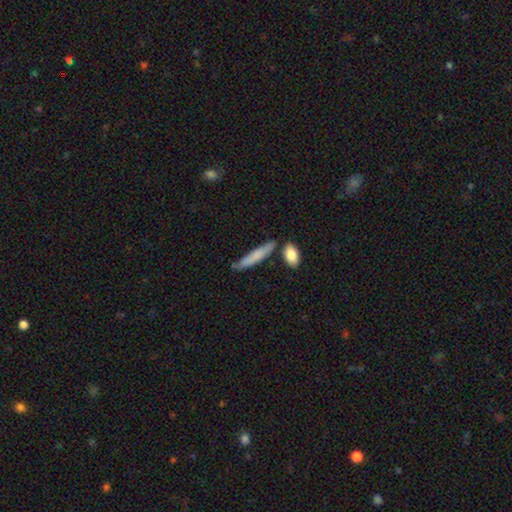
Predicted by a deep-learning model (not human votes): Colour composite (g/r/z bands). It shows a smooth galaxy with no disk features (70%) that is cigar-shaped (87%). Merging: none (72%).